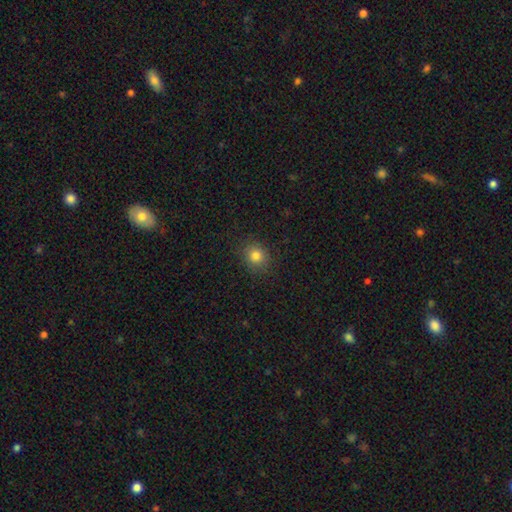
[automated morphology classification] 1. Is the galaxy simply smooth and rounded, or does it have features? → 82% smooth, 12% star or artifact, 6% featured or disk.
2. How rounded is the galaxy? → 80% round, 19% in between, 1% cigar-shaped.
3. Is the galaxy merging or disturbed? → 88% none, 8% minor disturbance, 3% major disturbance, 1% merger.